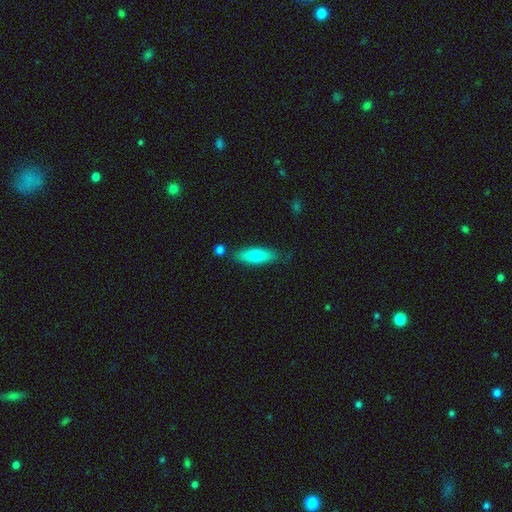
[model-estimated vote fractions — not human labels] This is likely a smooth galaxy (73%). How rounded: possibly in between (54%). Merging: likely none (78%).